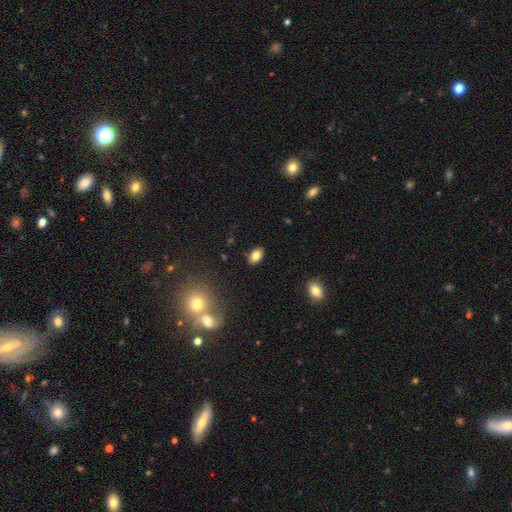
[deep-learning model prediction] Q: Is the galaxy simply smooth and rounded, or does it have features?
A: smooth — 81%.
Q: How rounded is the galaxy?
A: in between — 87%.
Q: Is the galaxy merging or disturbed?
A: none — 87%.